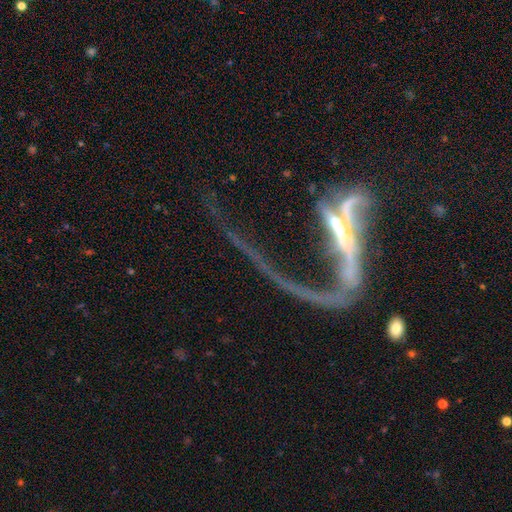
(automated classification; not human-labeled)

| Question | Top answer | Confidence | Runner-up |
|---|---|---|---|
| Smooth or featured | featured or disk | 76% | star or artifact (12%) |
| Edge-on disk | no | 81% | yes (19%) |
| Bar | no | 38% | strong (37%) |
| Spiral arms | yes | 64% | no (36%) |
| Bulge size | small | 42% | none (26%) |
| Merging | major disturbance | 48% | merger (25%) |